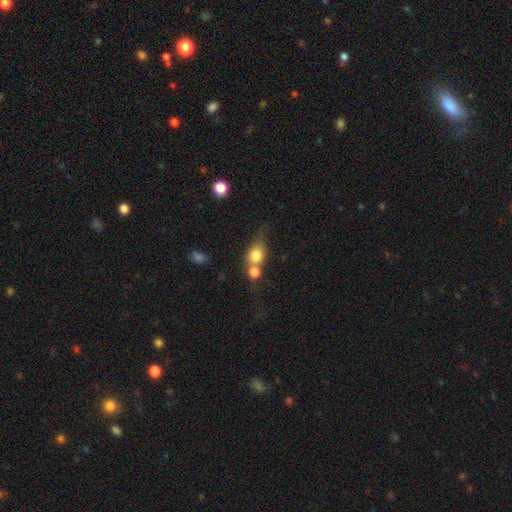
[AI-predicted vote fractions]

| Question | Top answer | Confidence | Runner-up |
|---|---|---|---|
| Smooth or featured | smooth | 76% | featured or disk (15%) |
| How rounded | round | 54% | in between (42%) |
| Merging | merger | 55% | none (28%) |